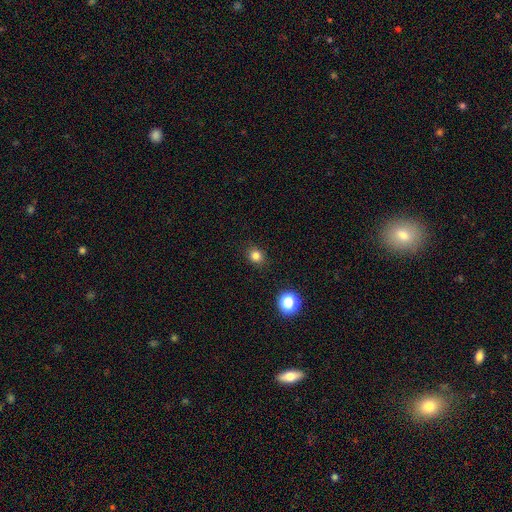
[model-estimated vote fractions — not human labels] Smooth or featured? Predicted: smooth (p=0.80). How rounded? Predicted: round (p=0.76). Merging? Predicted: none (p=0.89).